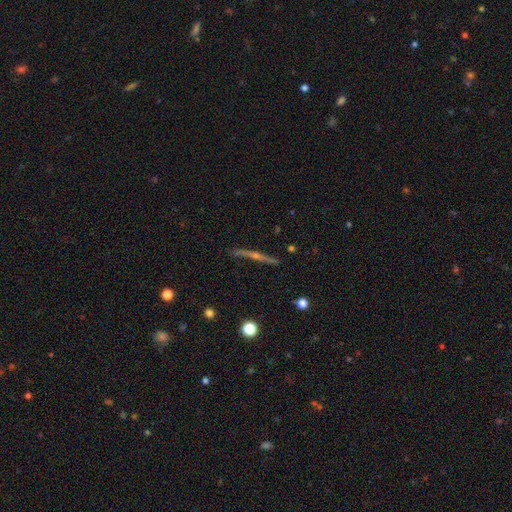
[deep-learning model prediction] A featured or disk galaxy (80%) viewed edge-on (97%) with a rounded central bulge (82%).

Vote fractions:
- Smooth or featured? featured or disk: 80% / smooth: 13% / star or artifact: 7%
- Edge-on disk? yes: 97% / no: 3%
- Edge-on bulge? rounded: 82% / none: 13% / boxy: 5%
- Merging? none: 87% / minor disturbance: 9% / major disturbance: 2% / merger: 2%